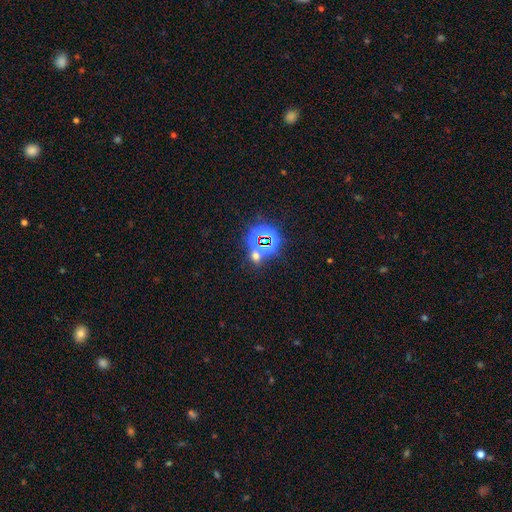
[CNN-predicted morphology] A star or artifact, not a galaxy (62%).